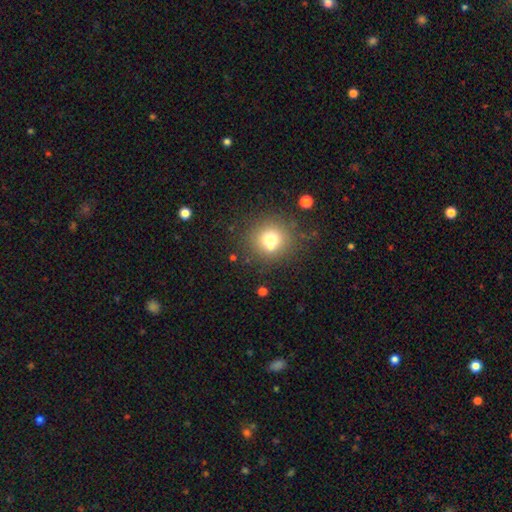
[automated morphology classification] Smooth or featured?
  - smooth: 68% *
  - star or artifact: 23%
  - featured or disk: 8%
How rounded?
  - round: 88% *
  - in between: 11%
  - cigar-shaped: 1%
Merging?
  - none: 86% *
  - minor disturbance: 9%
  - major disturbance: 3%
  - merger: 2%